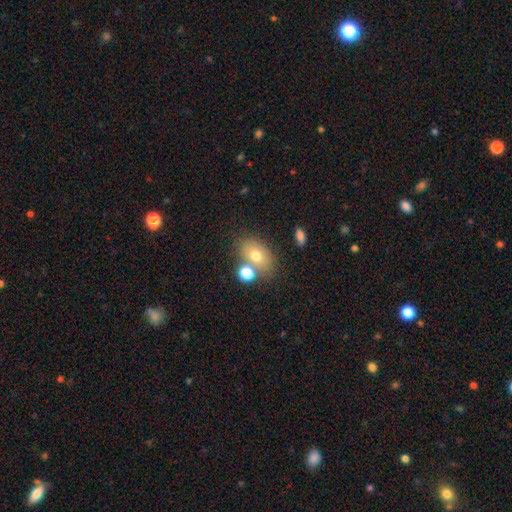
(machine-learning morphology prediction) Smooth or featured?
  - smooth: 71% *
  - featured or disk: 17%
  - star or artifact: 12%
How rounded?
  - in between: 75% *
  - round: 24%
  - cigar-shaped: 2%
Merging?
  - none: 62% *
  - merger: 21%
  - minor disturbance: 13%
  - major disturbance: 4%